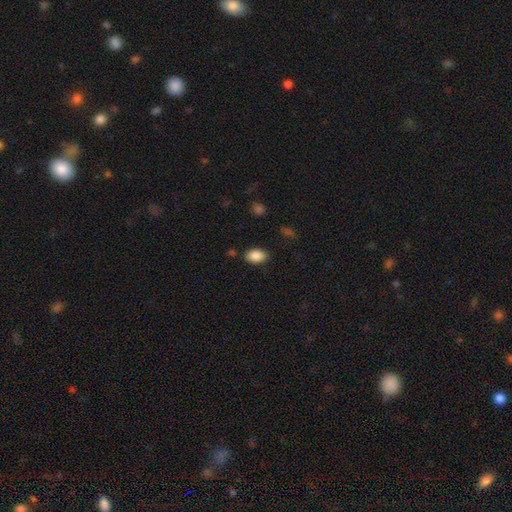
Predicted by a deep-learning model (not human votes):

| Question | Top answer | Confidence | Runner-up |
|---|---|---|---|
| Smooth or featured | smooth | 88% | star or artifact (8%) |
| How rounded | in between | 89% | round (9%) |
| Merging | none | 85% | minor disturbance (10%) |